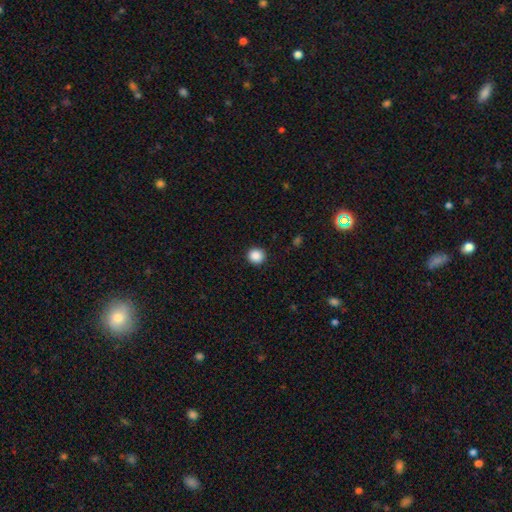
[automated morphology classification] Q: Smooth or featured?
A: smooth (88%); runner-up: star or artifact (9%)
Q: How rounded?
A: round (93%); runner-up: in between (6%)
Q: Merging?
A: none (92%); runner-up: minor disturbance (5%)